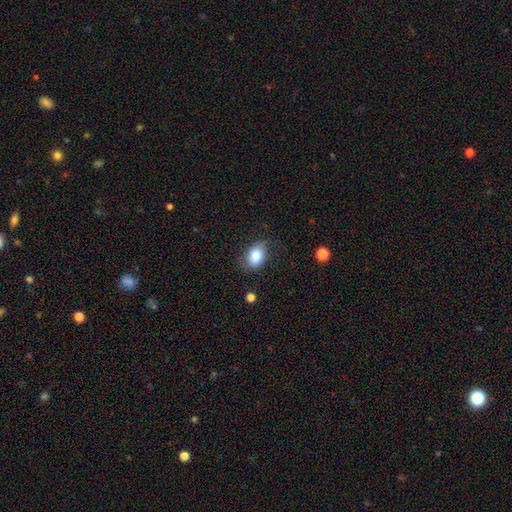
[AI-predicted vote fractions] smooth-or-featured: smooth: 82% | featured or disk: 10% | star or artifact: 8%
  how-rounded: in between: 79% | round: 20% | cigar-shaped: 1%
  merging: none: 70% | minor disturbance: 22% | major disturbance: 7% | merger: 2%